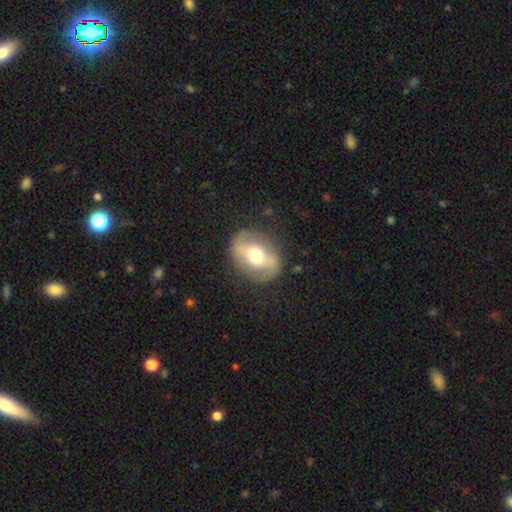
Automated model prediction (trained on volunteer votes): featured or disk 60%, smooth 34%, star or artifact 6%. Down the decision tree: edge-on disk — no (91%); bar — strong (42%); spiral arms — no (54%); bulge size — moderate (64%); merging — none (82%).